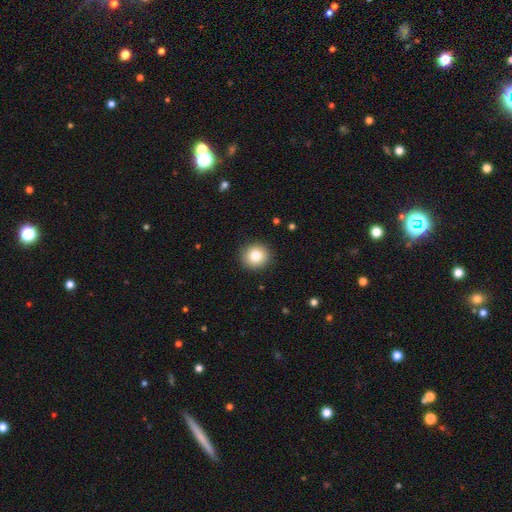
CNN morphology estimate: Smooth or featured? Predicted: smooth (p=0.83). How rounded? Predicted: round (p=0.90). Merging? Predicted: none (p=0.91).